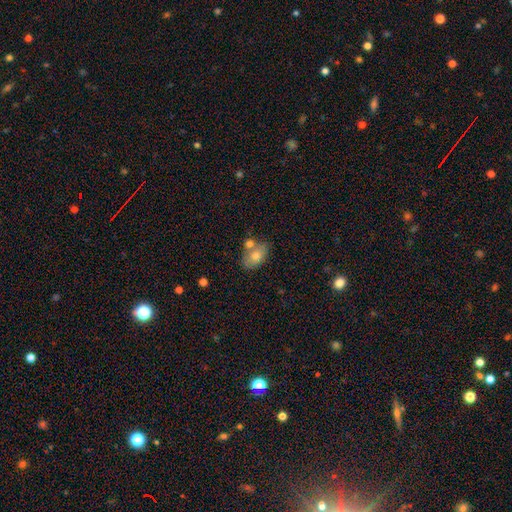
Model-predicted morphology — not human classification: This is likely a smooth galaxy (72%). How rounded: clearly in between (85%). Merging: possibly none (52%).